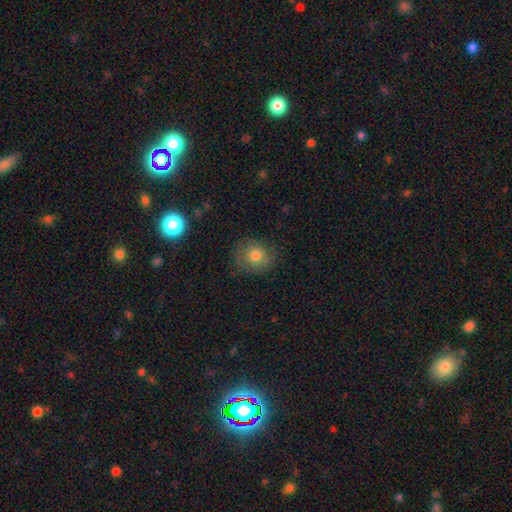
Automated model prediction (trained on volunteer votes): Smooth or featured? Predicted: smooth (p=0.72). How rounded? Predicted: round (p=0.80). Merging? Predicted: none (p=0.77).